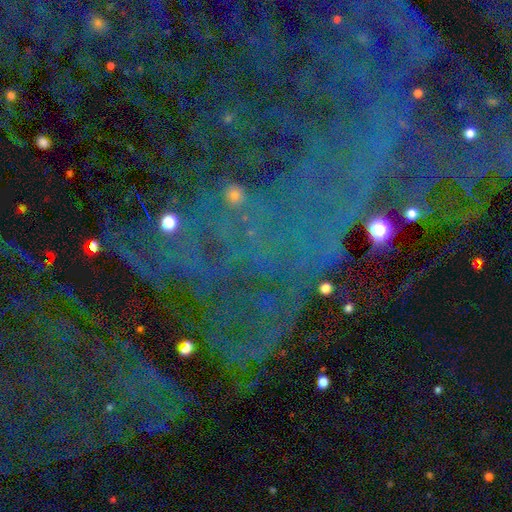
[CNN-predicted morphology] Smooth or featured? star or artifact (83%)